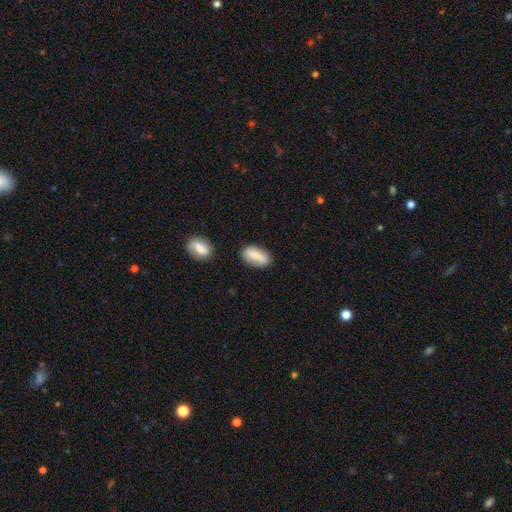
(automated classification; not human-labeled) A smooth galaxy with no disk features (70%) that is in between round and cigar-shaped (85%).

Vote fractions:
- Smooth or featured? smooth: 70% / featured or disk: 24% / star or artifact: 7%
- How rounded? in between: 85% / cigar-shaped: 10% / round: 5%
- Merging? none: 80% / minor disturbance: 13% / merger: 4% / major disturbance: 3%